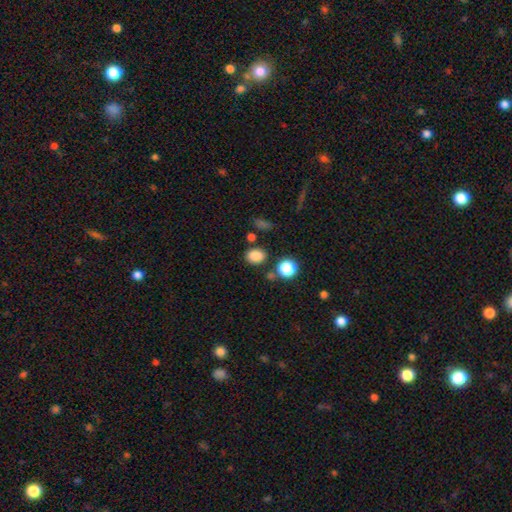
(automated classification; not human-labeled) Smooth or featured? Predicted: smooth (p=0.83). How rounded? Predicted: round (p=0.50). Merging? Predicted: none (p=0.79).